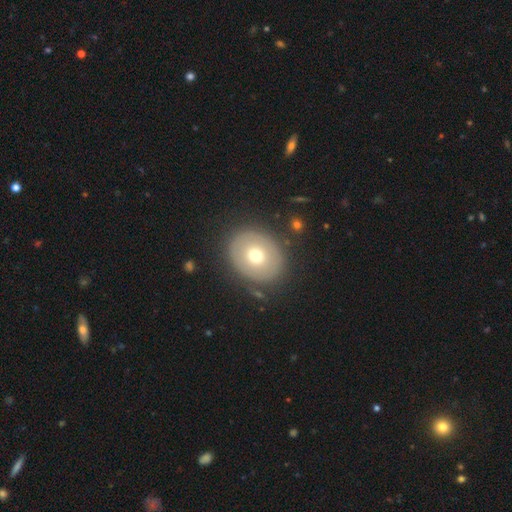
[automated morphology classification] Smooth or featured: smooth — 61% (featured or disk — 30%)
How rounded: round — 61% (in between — 38%)
Merging: none — 84% (minor disturbance — 10%)